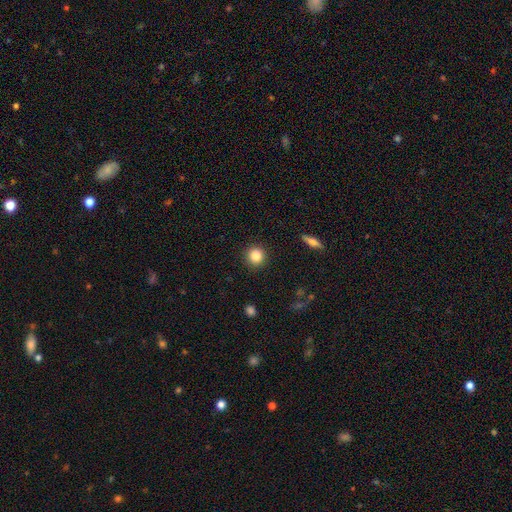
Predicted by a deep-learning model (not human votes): This is clearly a smooth galaxy (84%). How rounded: clearly round (94%). Merging: clearly none (92%).